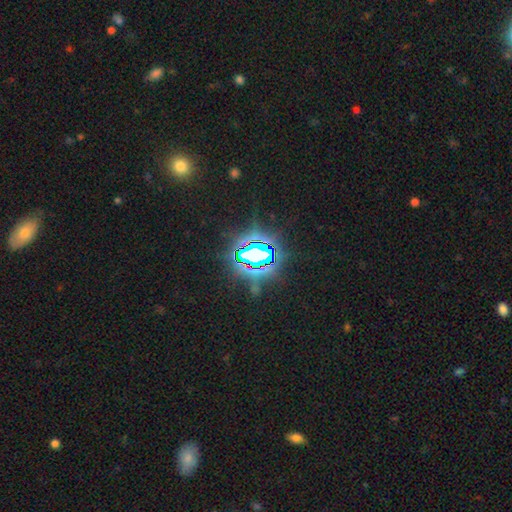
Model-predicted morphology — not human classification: Overall: star or artifact (80%).